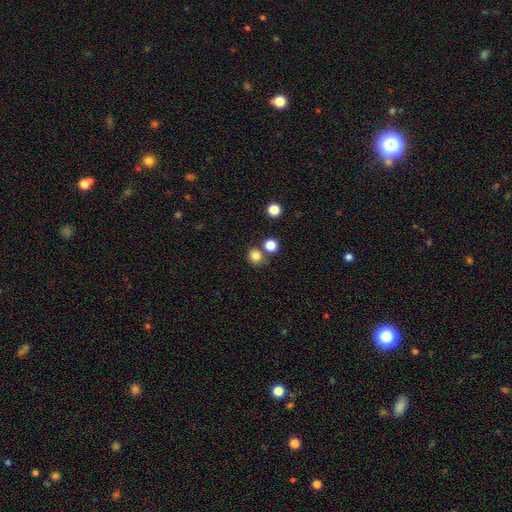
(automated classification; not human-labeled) Q: Smooth or featured?
A: smooth (81%); runner-up: star or artifact (14%)
Q: How rounded?
A: round (89%); runner-up: in between (10%)
Q: Merging?
A: none (72%); runner-up: merger (17%)